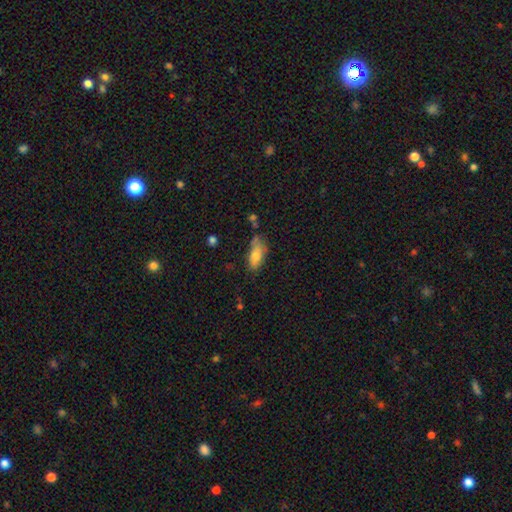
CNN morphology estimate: A smooth galaxy with no disk features (72%) that is in between round and cigar-shaped (77%). Merging: none (52%).